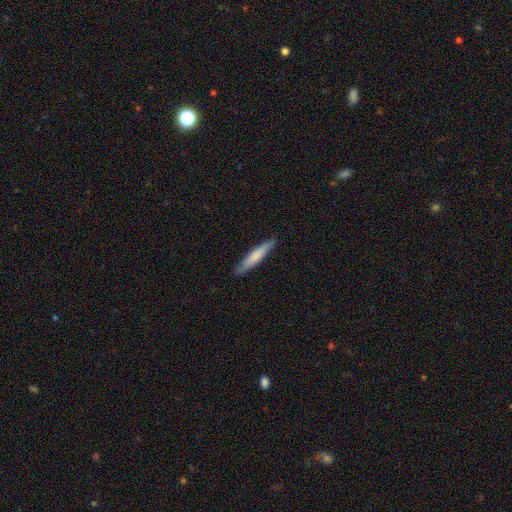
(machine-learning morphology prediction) smooth 72%, featured or disk 23%, star or artifact 5%. Down the decision tree: how rounded — cigar-shaped (92%); merging — none (88%).